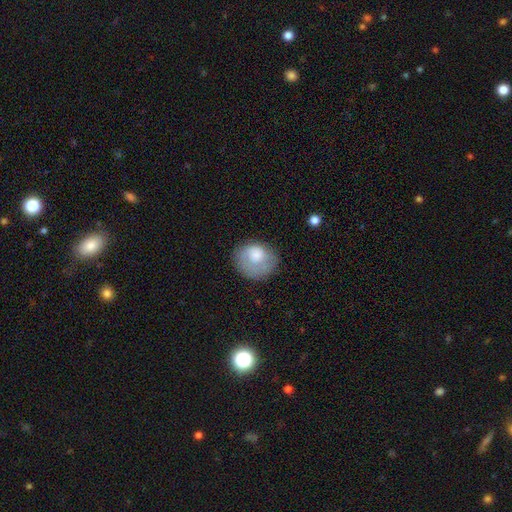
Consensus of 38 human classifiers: Morphology: type=smooth (66%); roundness=round (68%); merging=none (56%).